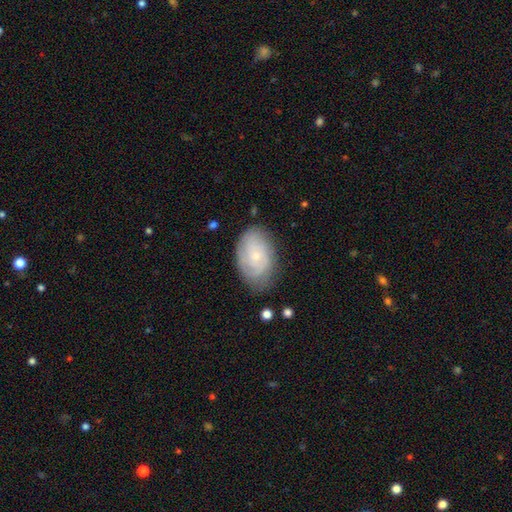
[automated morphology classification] smooth_or_featured: featured or disk (p=0.58) [alt: smooth p=0.34]
disk_edge_on: no (p=0.95) [alt: yes p=0.05]
bar: no (p=0.80) [alt: weak p=0.17]
has_spiral_arms: yes (p=0.80) [alt: no p=0.20]
bulge_size: small (p=0.75) [alt: moderate p=0.21]
merging: none (p=0.70) [alt: minor disturbance p=0.22]